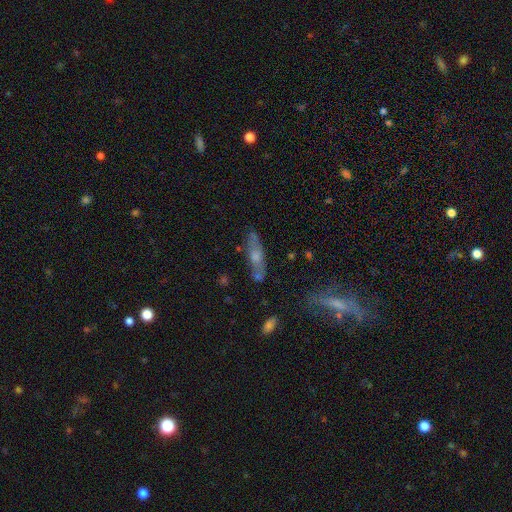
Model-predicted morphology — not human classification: Smooth or featured?
  - smooth: 46% *
  - featured or disk: 45%
  - star or artifact: 8%
Merging?
  - none: 70% *
  - minor disturbance: 18%
  - merger: 7%
  - major disturbance: 5%